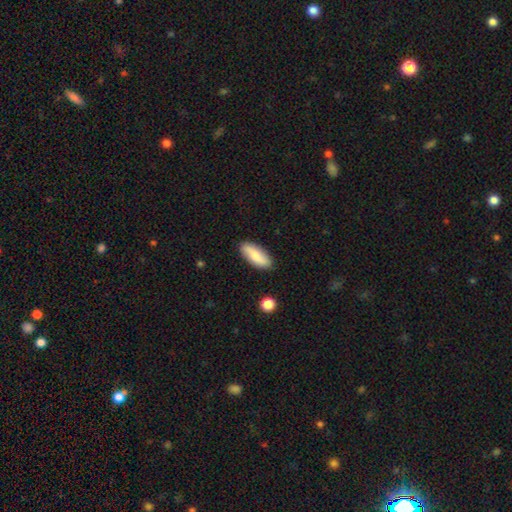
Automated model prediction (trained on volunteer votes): smooth 77%, featured or disk 17%, star or artifact 6%. Down the decision tree: how rounded — in between (74%); merging — none (86%).